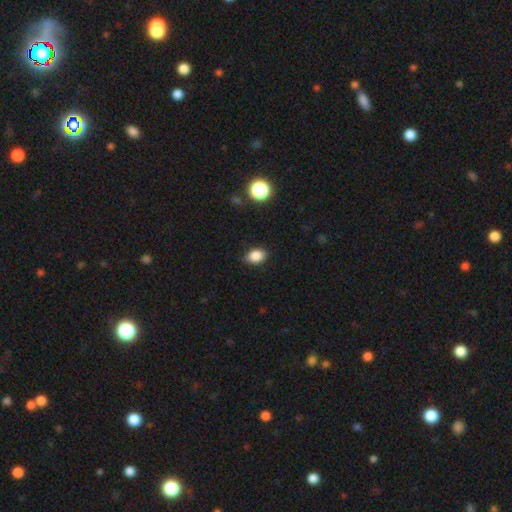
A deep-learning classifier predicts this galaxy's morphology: This appears to be a smooth galaxy with no disk features (86%) that is in between round and cigar-shaped (81%). Merging: none (86%).